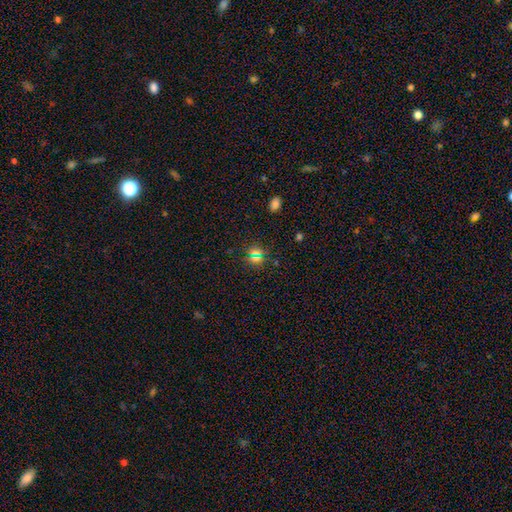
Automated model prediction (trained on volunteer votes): This is possibly a smooth galaxy (47%). Merging: clearly none (81%).